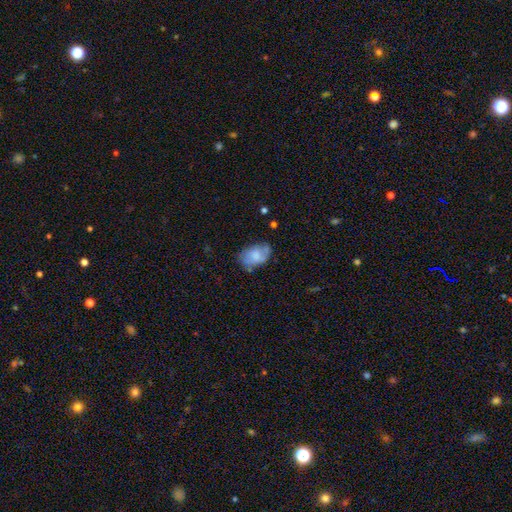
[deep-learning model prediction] Smooth or featured?
  - smooth: 64% *
  - featured or disk: 29%
  - star or artifact: 8%
How rounded?
  - in between: 87% *
  - round: 11%
  - cigar-shaped: 1%
Merging?
  - none: 54% *
  - minor disturbance: 31%
  - major disturbance: 11%
  - merger: 5%